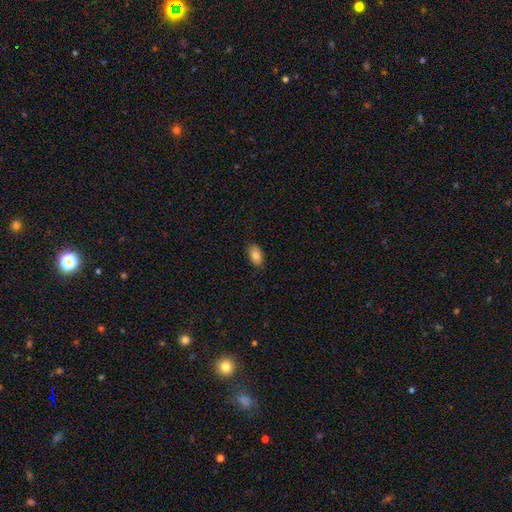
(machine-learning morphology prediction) This appears to be a smooth galaxy with no disk features (83%) that is in between round and cigar-shaped (90%). Merging: none (85%).